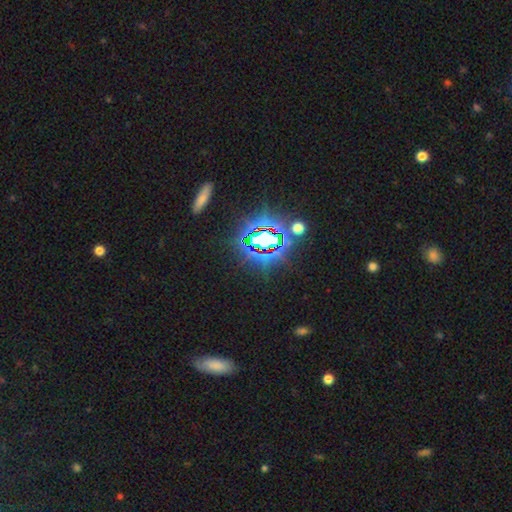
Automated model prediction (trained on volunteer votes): This is likely a star or artifact rather than a galaxy (76%).